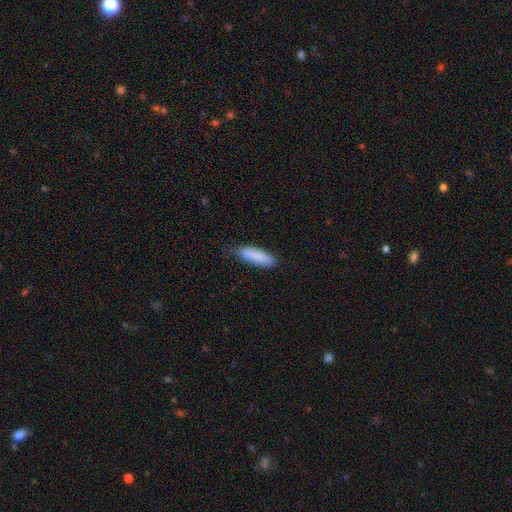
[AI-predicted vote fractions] A smooth galaxy with no disk features (86%) that is cigar-shaped (56%). Merging: none (68%).